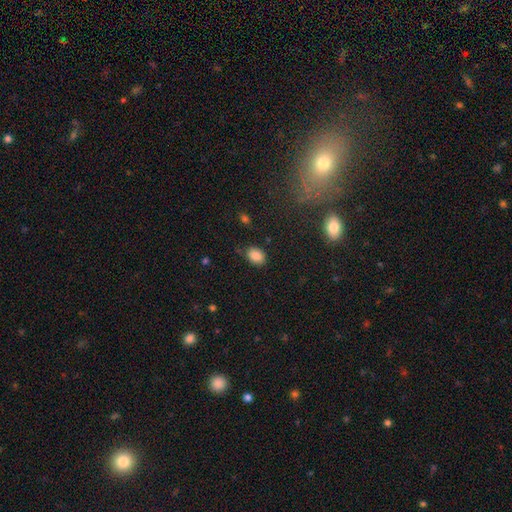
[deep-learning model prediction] Smooth or featured: smooth — 86% (star or artifact — 10%)
How rounded: in between — 75% (round — 24%)
Merging: none — 80% (minor disturbance — 14%)